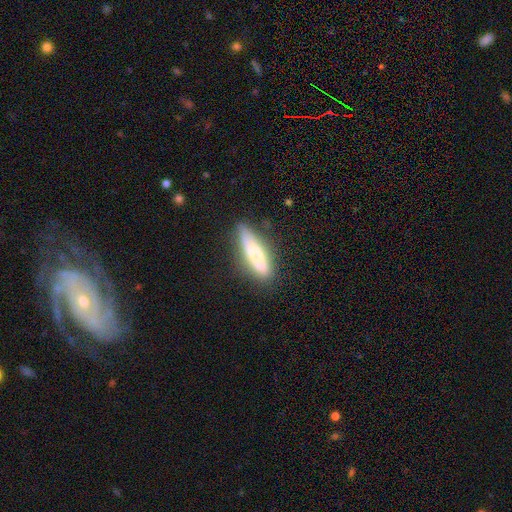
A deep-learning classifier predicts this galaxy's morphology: A smooth galaxy with no disk features (60%) that is cigar-shaped (69%). Merging: none (72%).